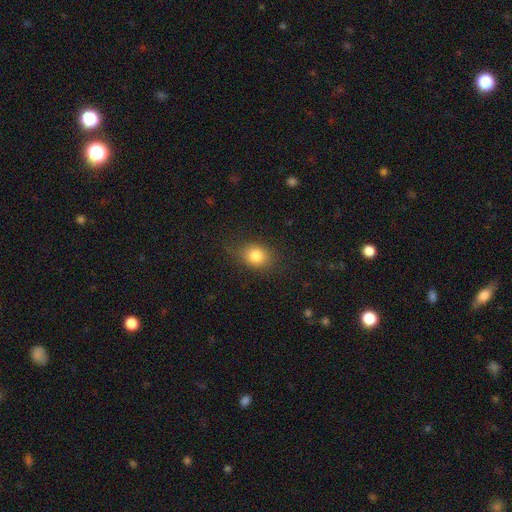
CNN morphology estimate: type=smooth (81%); roundness=round (56%); merging=none (79%).